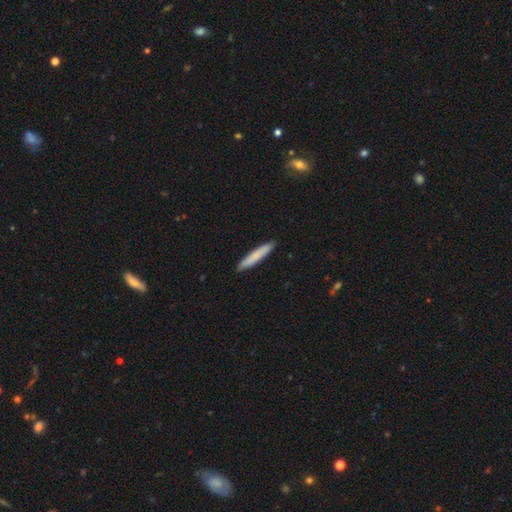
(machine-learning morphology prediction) A smooth galaxy with no disk features (78%) that is cigar-shaped (94%).

Vote fractions:
- Smooth or featured? smooth: 78% / featured or disk: 16% / star or artifact: 6%
- How rounded? cigar-shaped: 94% / in between: 5% / round: 1%
- Merging? none: 91% / minor disturbance: 6% / major disturbance: 1% / merger: 1%